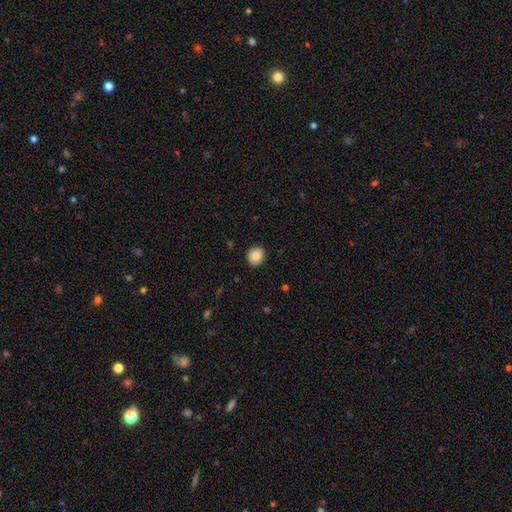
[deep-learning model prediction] Smooth or featured? Predicted: smooth (p=0.88). How rounded? Predicted: round (p=0.81). Merging? Predicted: none (p=0.89).